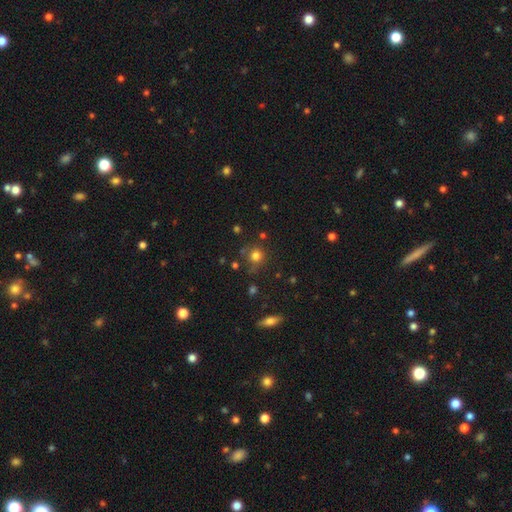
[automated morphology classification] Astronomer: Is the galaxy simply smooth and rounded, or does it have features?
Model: smooth — 77%.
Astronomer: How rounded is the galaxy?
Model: round — 91%.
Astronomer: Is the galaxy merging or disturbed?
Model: none — 75%.